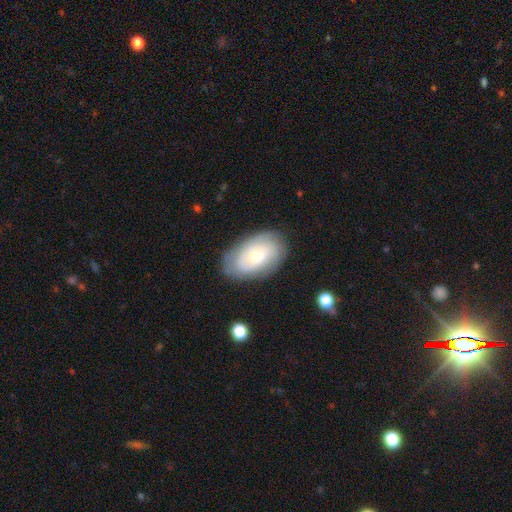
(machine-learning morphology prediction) featured or disk 47%, smooth 46%, star or artifact 7%. Down the decision tree: merging — none (77%).